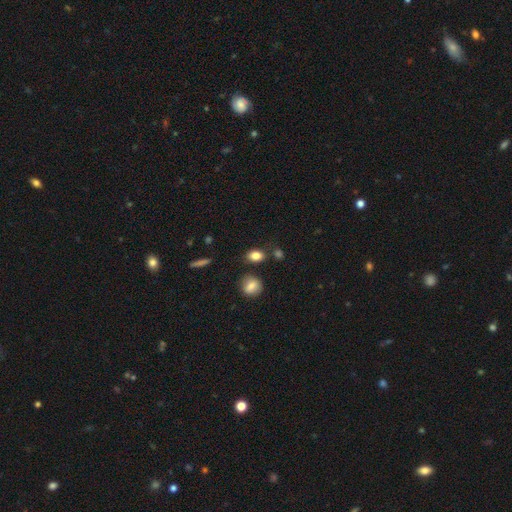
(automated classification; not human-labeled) Morphology: type=smooth (83%); roundness=in between (73%); merging=none (77%).